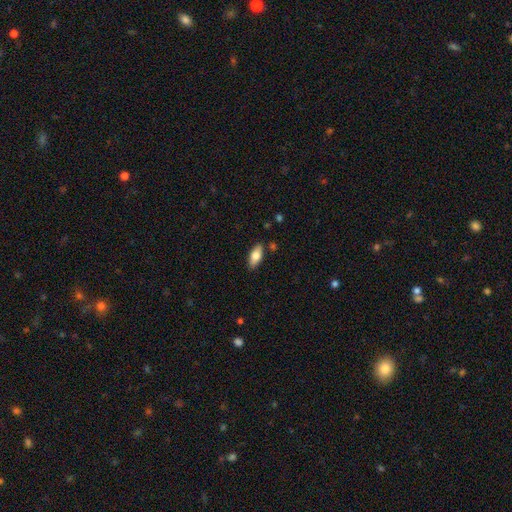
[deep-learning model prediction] Smooth or featured: smooth — 74% (featured or disk — 19%)
How rounded: in between — 85% (cigar-shaped — 13%)
Merging: none — 86% (minor disturbance — 10%)